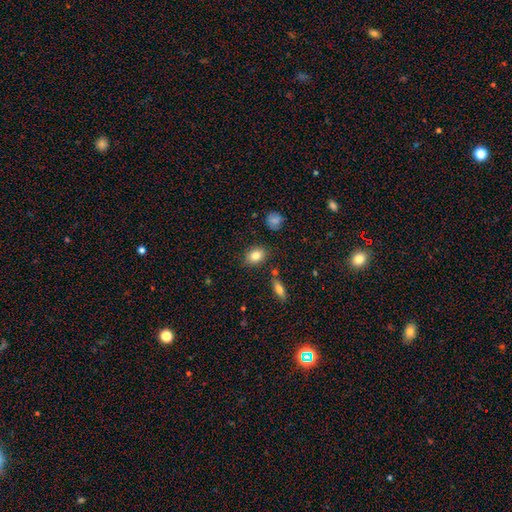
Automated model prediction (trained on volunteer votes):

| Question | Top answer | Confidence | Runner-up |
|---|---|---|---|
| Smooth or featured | smooth | 82% | featured or disk (9%) |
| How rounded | in between | 68% | round (30%) |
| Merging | none | 83% | minor disturbance (11%) |